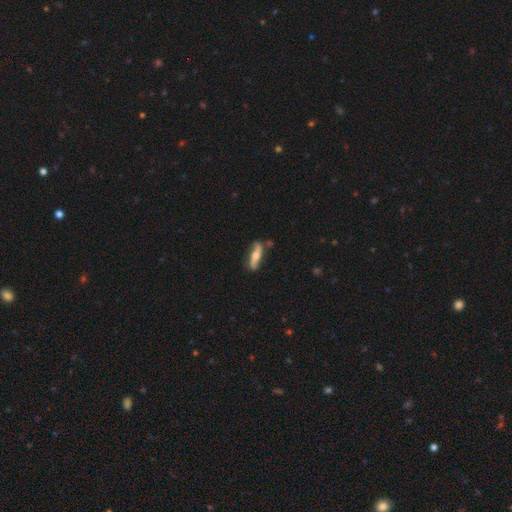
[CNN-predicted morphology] This is likely a featured or disk galaxy (62%). It is possibly viewed edge-on (53%). Merging: likely none (75%).